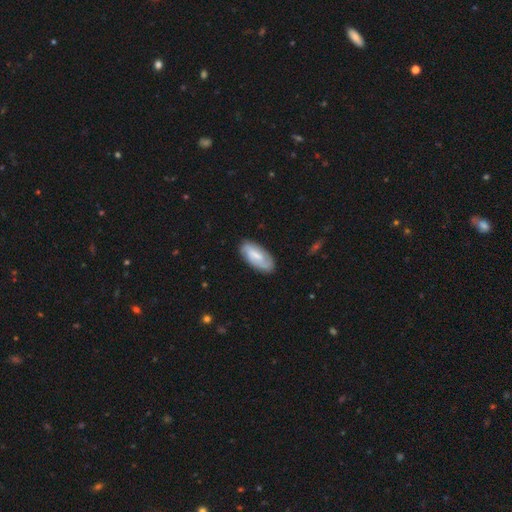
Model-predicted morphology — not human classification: type=smooth (48%); merging=none (81%).